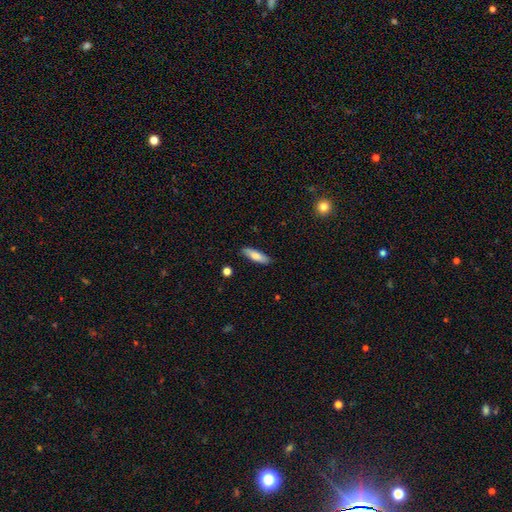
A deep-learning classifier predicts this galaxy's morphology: type=smooth (77%); roundness=cigar-shaped (55%); merging=none (87%).